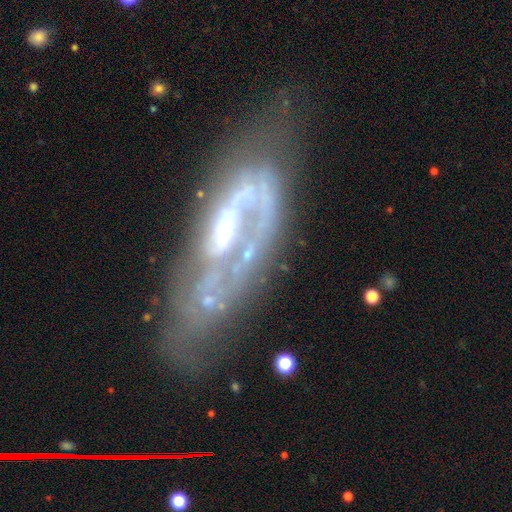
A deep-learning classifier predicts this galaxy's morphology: Smooth or featured? featured or disk (78%)
Edge-on disk? no (87%)
Bar? no (51%)
Spiral arms? yes (70%)
Bulge size? small (37%, tied with moderate)
Merging? none (44%)